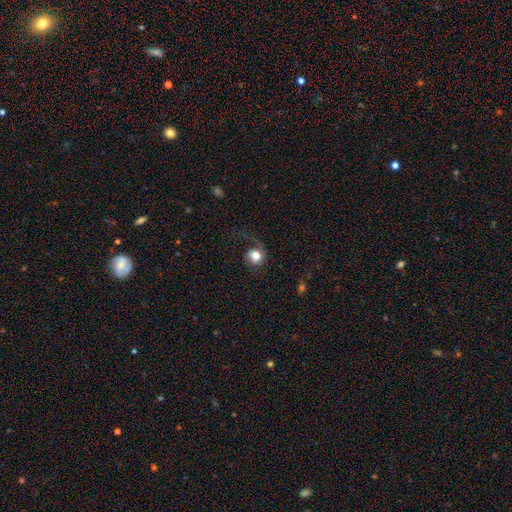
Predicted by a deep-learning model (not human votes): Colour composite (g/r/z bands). It shows a smooth galaxy with no disk features (65%) that is round (77%). Merging: none (48%).